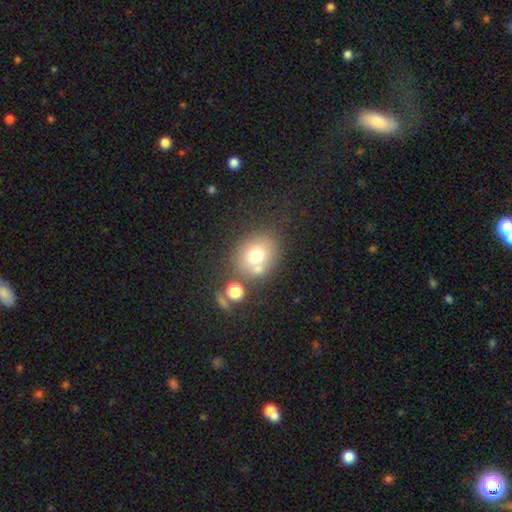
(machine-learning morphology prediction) smooth 70%, featured or disk 17%, star or artifact 13%. Down the decision tree: how rounded — round (62%); merging — none (60%).